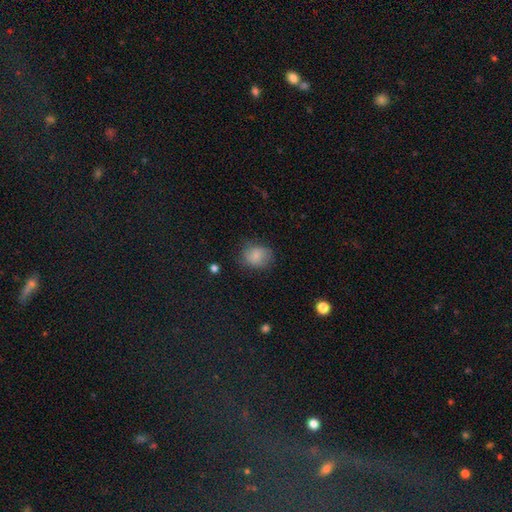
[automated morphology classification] smooth 81%, featured or disk 10%, star or artifact 9%. Down the decision tree: how rounded — round (63%); merging — none (67%).